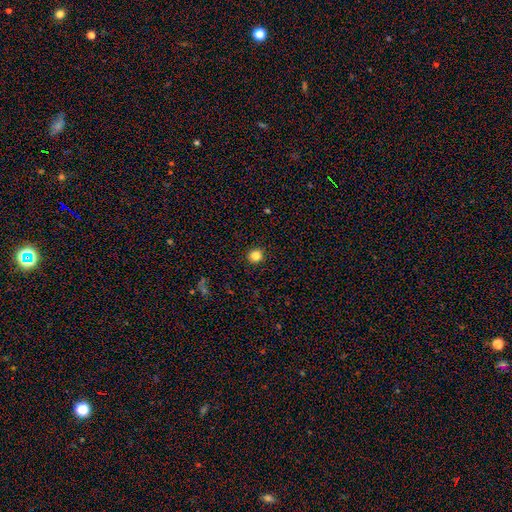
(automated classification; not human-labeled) This is clearly a smooth galaxy (84%). How rounded: clearly round (93%). Merging: clearly none (93%).